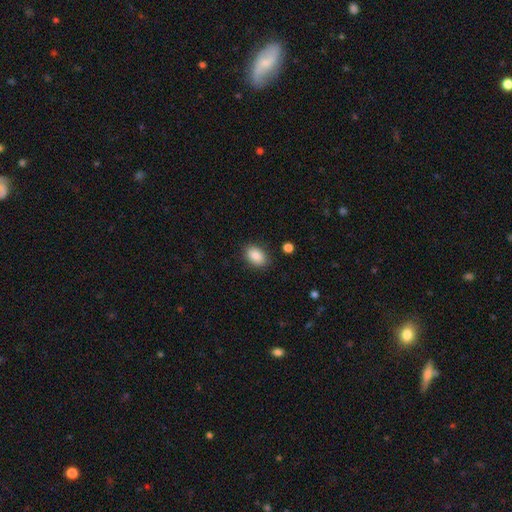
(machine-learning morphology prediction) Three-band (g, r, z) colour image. It shows a smooth galaxy with no disk features (87%) that is in between round and cigar-shaped (84%). Merging: none (86%).